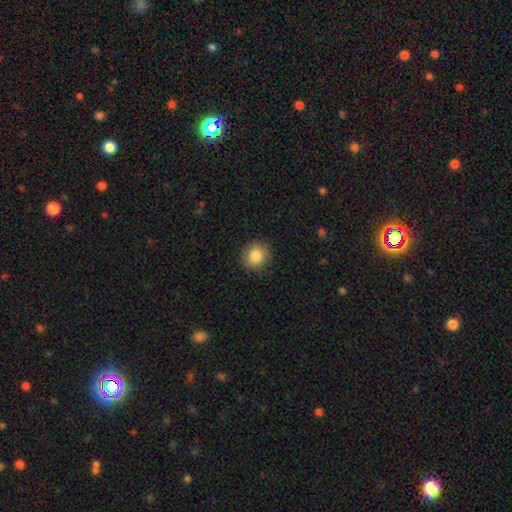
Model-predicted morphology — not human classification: type=smooth (85%); roundness=round (80%); merging=none (88%).